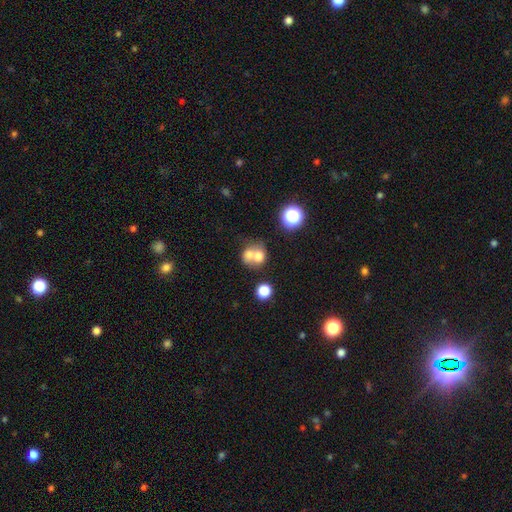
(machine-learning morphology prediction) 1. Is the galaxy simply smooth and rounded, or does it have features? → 68% smooth, 20% featured or disk, 12% star or artifact.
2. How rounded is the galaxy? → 69% round, 30% in between, 1% cigar-shaped.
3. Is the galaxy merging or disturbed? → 65% merger, 25% none, 6% minor disturbance, 4% major disturbance.